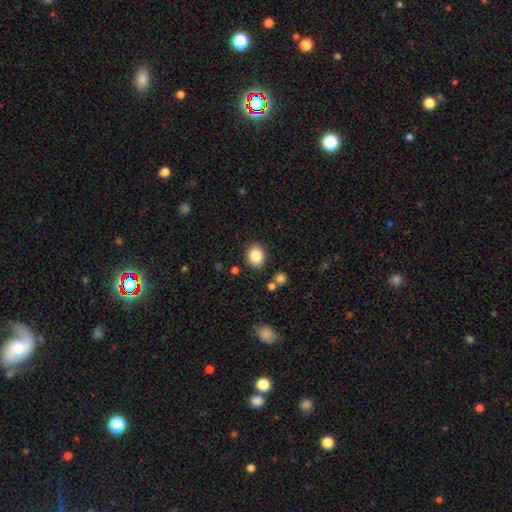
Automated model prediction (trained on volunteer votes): smooth-or-featured: smooth: 85% | star or artifact: 9% | featured or disk: 5%
  how-rounded: round: 58% | in between: 41% | cigar-shaped: 1%
  merging: none: 86% | minor disturbance: 9% | merger: 3% | major disturbance: 3%